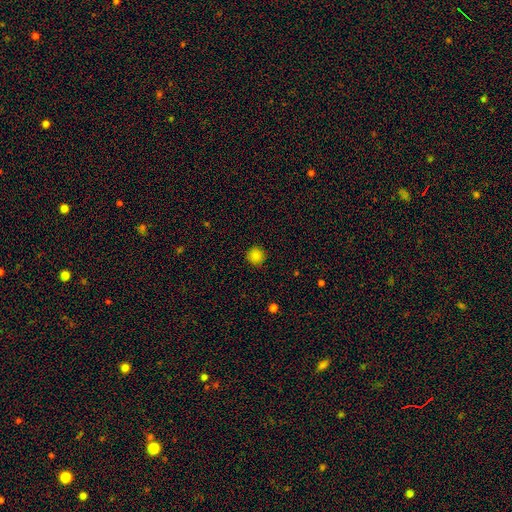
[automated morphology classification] Smooth or featured? Predicted: smooth (p=0.84). How rounded? Predicted: round (p=0.95). Merging? Predicted: none (p=0.91).